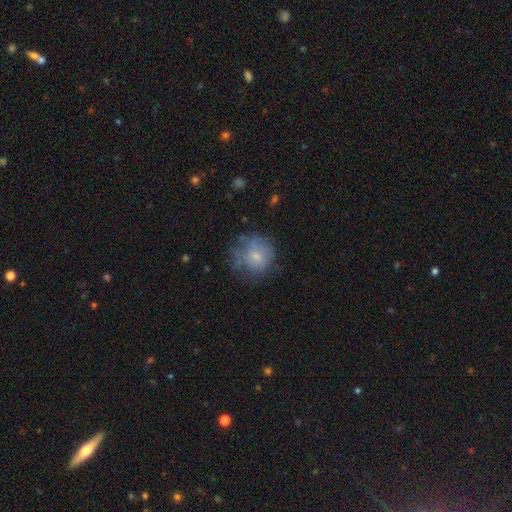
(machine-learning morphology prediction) smooth-or-featured: smooth: 70% | featured or disk: 20% | star or artifact: 10%
  how-rounded: round: 84% | in between: 15% | cigar-shaped: 1%
  merging: none: 59% | minor disturbance: 25% | major disturbance: 14% | merger: 2%